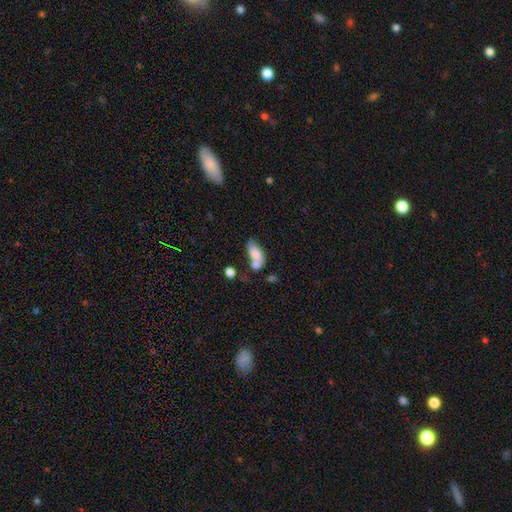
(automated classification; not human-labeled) smooth_or_featured: smooth (p=0.69) [alt: featured or disk p=0.23]
how_rounded: in between (p=0.84) [alt: cigar-shaped p=0.11]
merging: merger (p=0.40) [alt: none p=0.31]